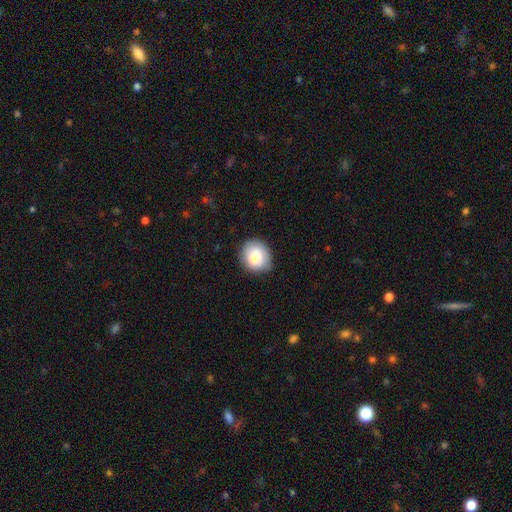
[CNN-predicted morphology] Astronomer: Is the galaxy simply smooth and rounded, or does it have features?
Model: smooth — 75%.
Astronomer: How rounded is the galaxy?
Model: round — 74%.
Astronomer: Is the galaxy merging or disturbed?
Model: none — 73%.